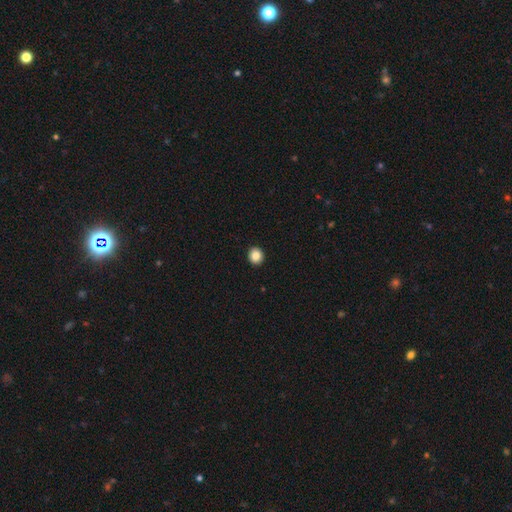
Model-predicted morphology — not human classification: Q: Smooth or featured?
A: smooth (86%); runner-up: star or artifact (9%)
Q: How rounded?
A: round (86%); runner-up: in between (13%)
Q: Merging?
A: none (94%); runner-up: minor disturbance (4%)